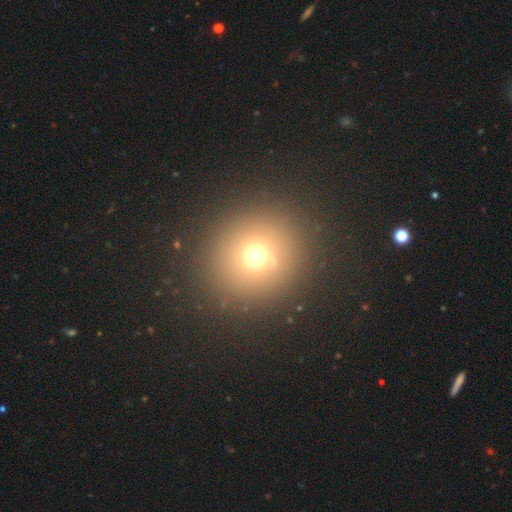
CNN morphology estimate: A smooth galaxy with no disk features (67%) that is round (90%). Merging: none (86%).